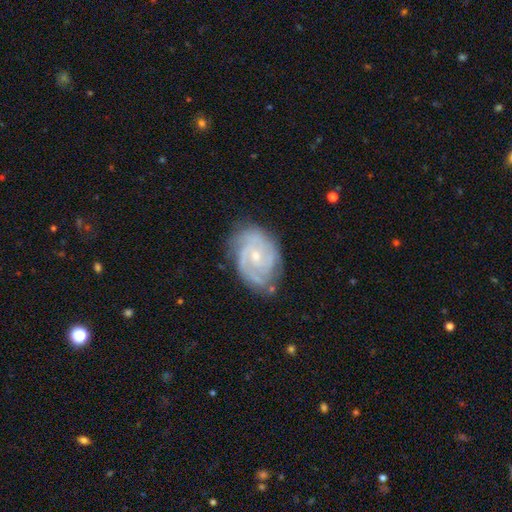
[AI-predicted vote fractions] Q: Smooth or featured?
A: featured or disk (86%); runner-up: smooth (9%)
Q: Edge-on disk?
A: no (97%); runner-up: yes (3%)
Q: Bar?
A: no (62%); runner-up: weak (32%)
Q: Spiral arms?
A: yes (96%); runner-up: no (4%)
Q: Spiral winding?
A: tight (64%); runner-up: medium (30%)
Q: Spiral arm count?
A: 2 (42%); runner-up: 3 (23%)
Q: Bulge size?
A: small (64%); runner-up: moderate (33%)
Q: Merging?
A: none (72%); runner-up: minor disturbance (20%)